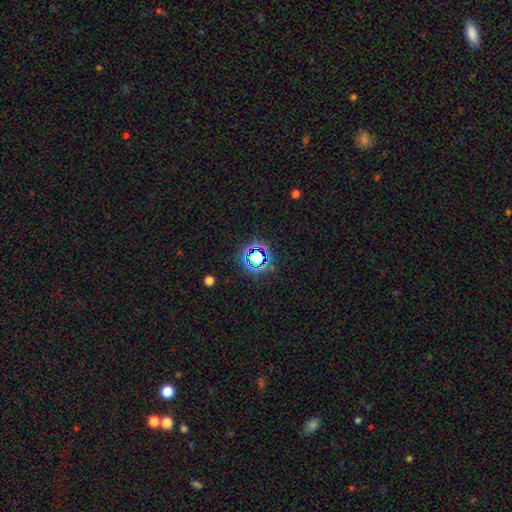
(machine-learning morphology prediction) A star or artifact, not a galaxy (69%).